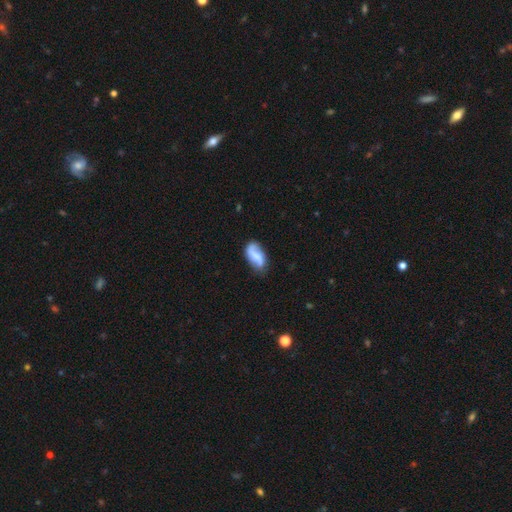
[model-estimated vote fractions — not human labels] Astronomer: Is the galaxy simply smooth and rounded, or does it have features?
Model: featured or disk — 55% (runner-up: smooth, 38%).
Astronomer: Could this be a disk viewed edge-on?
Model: no — 96%.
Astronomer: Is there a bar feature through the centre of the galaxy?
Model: weak — 41%, tied with no at 41%.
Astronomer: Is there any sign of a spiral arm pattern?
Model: yes — 87%.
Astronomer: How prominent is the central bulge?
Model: none — 33% (runner-up: small, 31%).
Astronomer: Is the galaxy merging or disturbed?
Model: none — 64%.